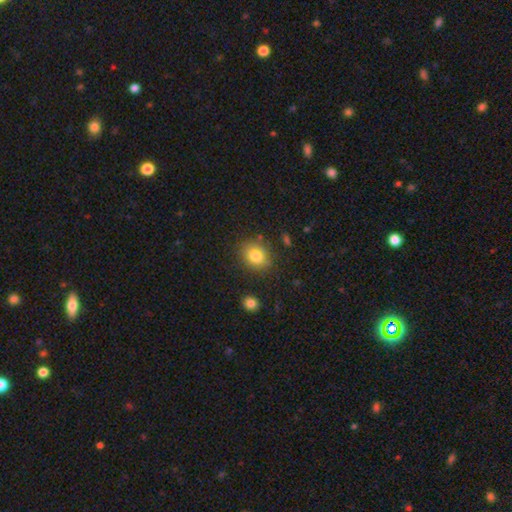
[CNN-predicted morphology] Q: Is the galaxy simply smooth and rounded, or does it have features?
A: smooth — 82%.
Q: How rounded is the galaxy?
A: round — 61%.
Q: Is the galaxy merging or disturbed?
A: none — 82%.